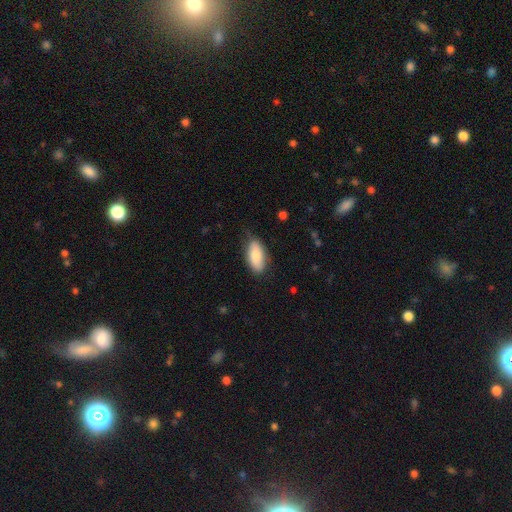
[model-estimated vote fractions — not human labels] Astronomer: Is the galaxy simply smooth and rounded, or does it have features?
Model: smooth — 82%.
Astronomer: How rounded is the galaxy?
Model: in between — 90%.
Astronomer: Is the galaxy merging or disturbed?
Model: none — 75%.